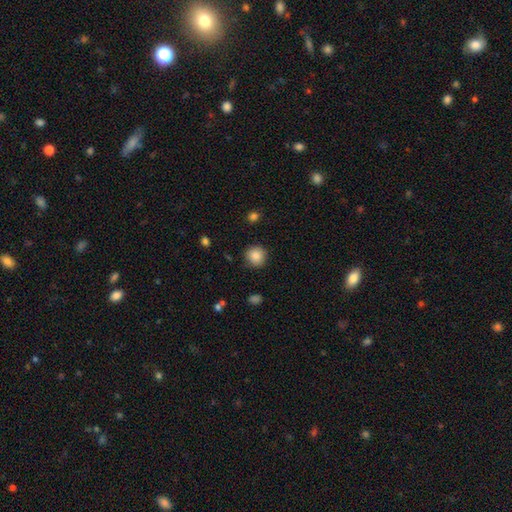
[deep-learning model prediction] A smooth galaxy with no disk features (87%) that is round (93%). Merging: none (88%).